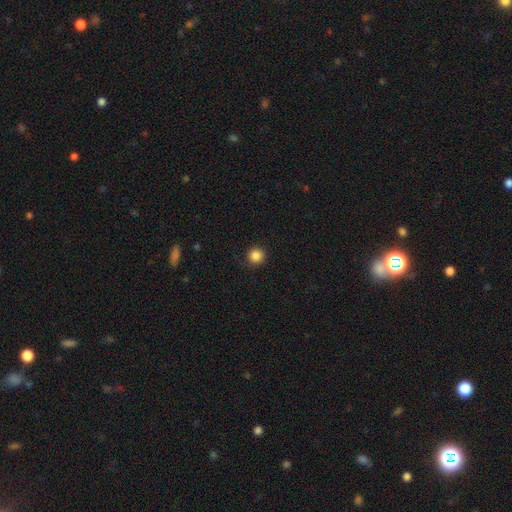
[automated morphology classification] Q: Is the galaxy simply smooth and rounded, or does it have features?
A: smooth — 86%.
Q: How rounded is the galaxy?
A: round — 96%.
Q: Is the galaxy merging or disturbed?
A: none — 89%.